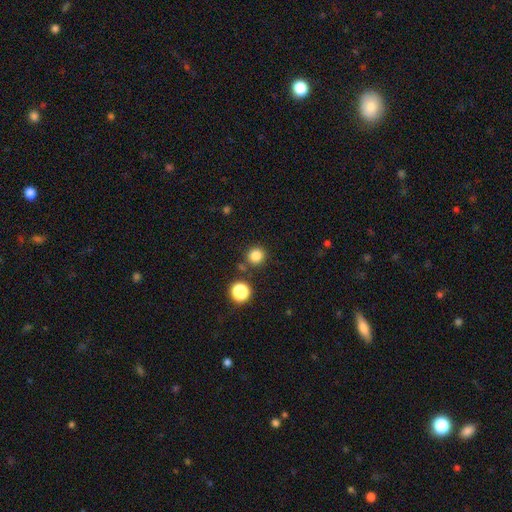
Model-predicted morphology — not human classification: smooth 82%, star or artifact 14%, featured or disk 4%. Down the decision tree: how rounded — round (94%); merging — none (84%).